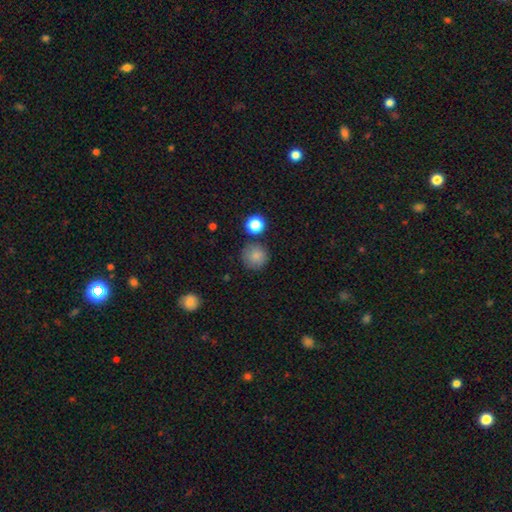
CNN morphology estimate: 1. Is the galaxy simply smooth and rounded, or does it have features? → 84% smooth, 10% star or artifact, 6% featured or disk.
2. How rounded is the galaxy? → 93% round, 6% in between, 1% cigar-shaped.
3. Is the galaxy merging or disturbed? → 81% none, 10% minor disturbance, 6% merger, 3% major disturbance.